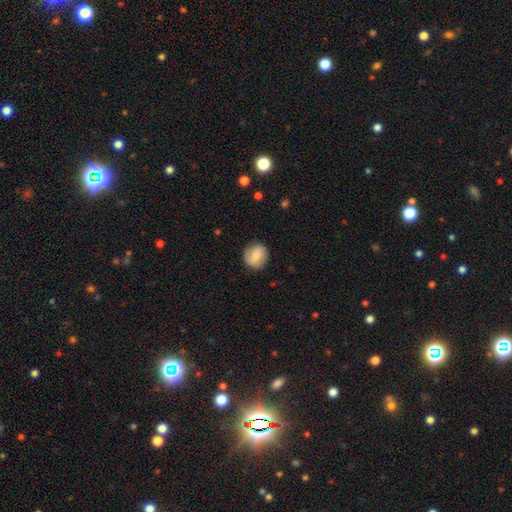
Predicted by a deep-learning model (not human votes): A smooth galaxy with no disk features (70%) that is round (84%).

Vote fractions:
- Smooth or featured? smooth: 70% / featured or disk: 24% / star or artifact: 7%
- How rounded? round: 84% / in between: 14% / cigar-shaped: 1%
- Merging? none: 87% / minor disturbance: 9% / major disturbance: 2% / merger: 1%